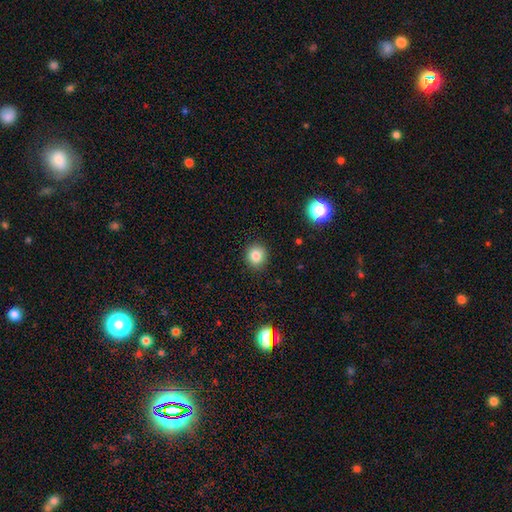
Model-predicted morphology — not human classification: Smooth or featured: smooth — 82% (star or artifact — 12%)
How rounded: round — 88% (in between — 11%)
Merging: none — 90% (minor disturbance — 7%)